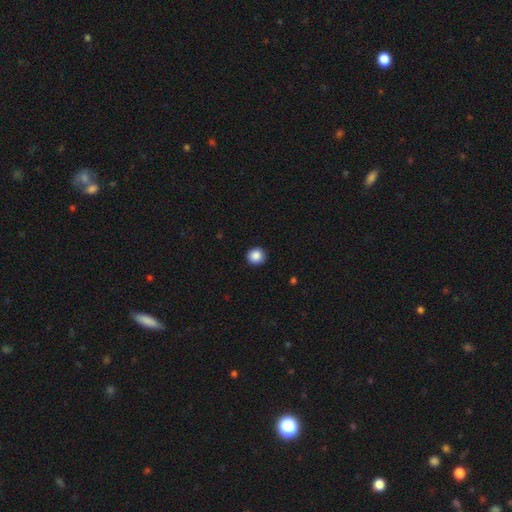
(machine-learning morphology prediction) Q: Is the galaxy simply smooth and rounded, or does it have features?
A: smooth — 87%.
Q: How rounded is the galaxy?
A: round — 92%.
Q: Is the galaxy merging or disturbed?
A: none — 91%.